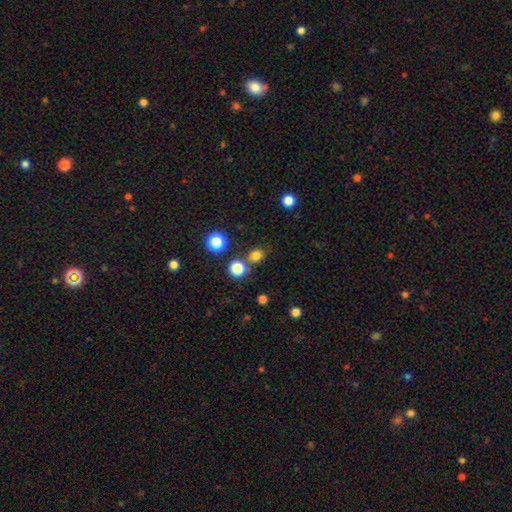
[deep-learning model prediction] Smooth or featured? smooth (77%)
How rounded? round (76%)
Merging? none (73%)